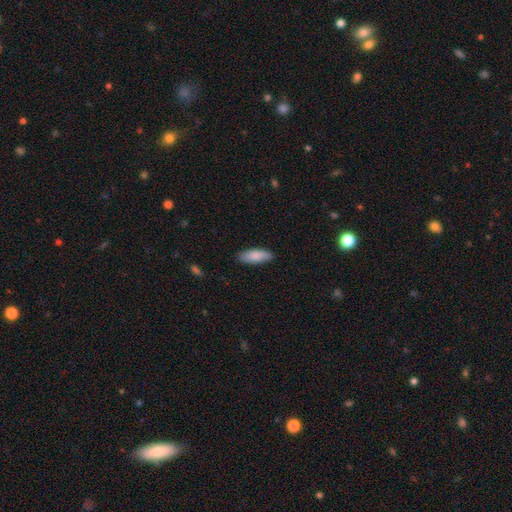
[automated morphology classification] A smooth galaxy with no disk features (85%) that is in between round and cigar-shaped (69%). Merging: none (86%).